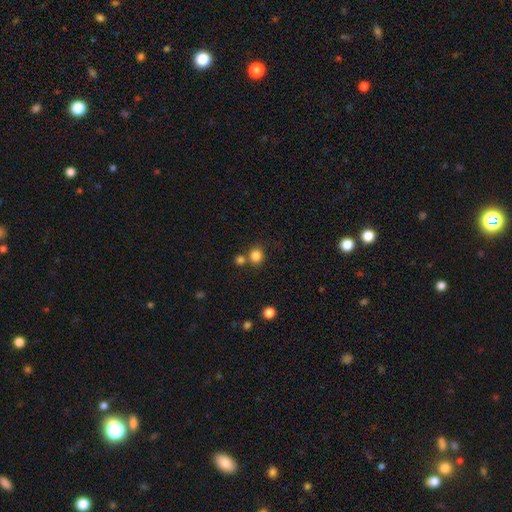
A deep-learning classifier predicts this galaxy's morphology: Overall: smooth (83%). How rounded: round (86%). Merging: none (65%).